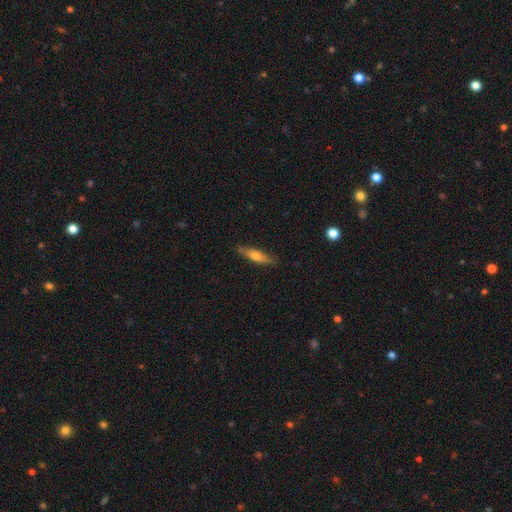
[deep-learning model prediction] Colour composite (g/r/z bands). It shows a smooth galaxy with no disk features (59%) that is cigar-shaped (77%). Merging: none (85%).